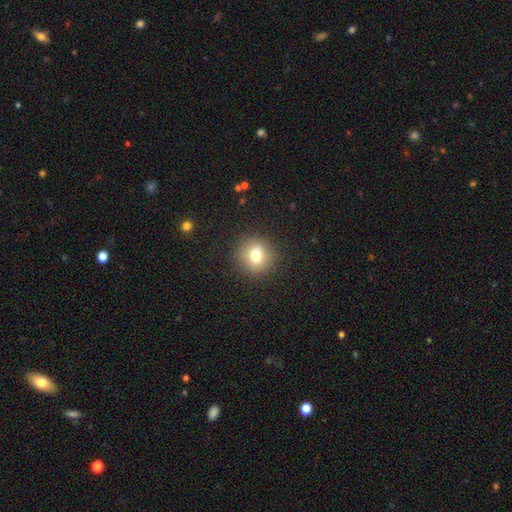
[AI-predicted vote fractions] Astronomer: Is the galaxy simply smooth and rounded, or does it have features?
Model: smooth — 74%.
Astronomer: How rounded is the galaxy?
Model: round — 90%.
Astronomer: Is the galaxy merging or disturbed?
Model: none — 89%.